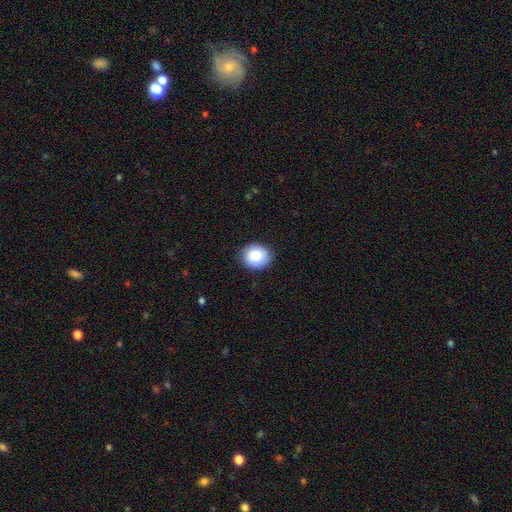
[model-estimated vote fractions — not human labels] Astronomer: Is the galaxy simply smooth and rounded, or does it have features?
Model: smooth — 83%.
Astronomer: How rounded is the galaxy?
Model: round — 70%.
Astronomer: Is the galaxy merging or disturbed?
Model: none — 87%.